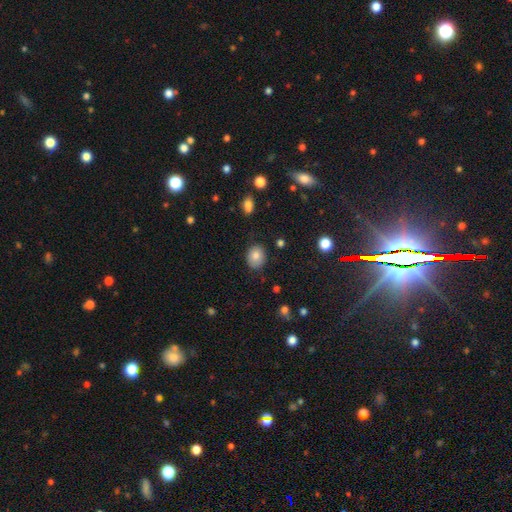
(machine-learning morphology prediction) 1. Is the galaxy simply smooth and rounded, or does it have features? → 82% smooth, 10% star or artifact, 8% featured or disk.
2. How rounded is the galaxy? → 54% round, 46% in between, 1% cigar-shaped.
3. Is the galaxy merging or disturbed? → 80% none, 15% minor disturbance, 3% major disturbance, 2% merger.